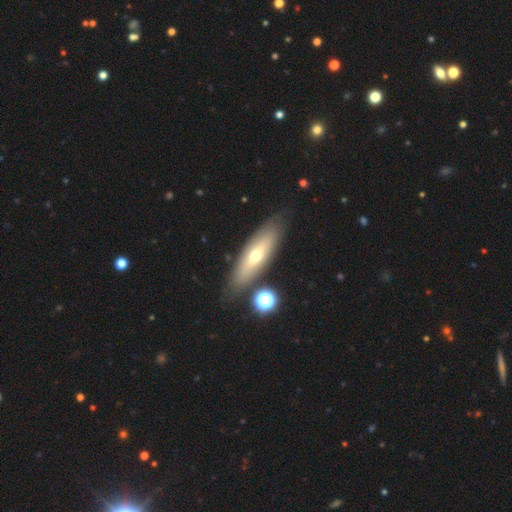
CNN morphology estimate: smooth 48%, featured or disk 44%, star or artifact 8%. Down the decision tree: merging — none (80%).